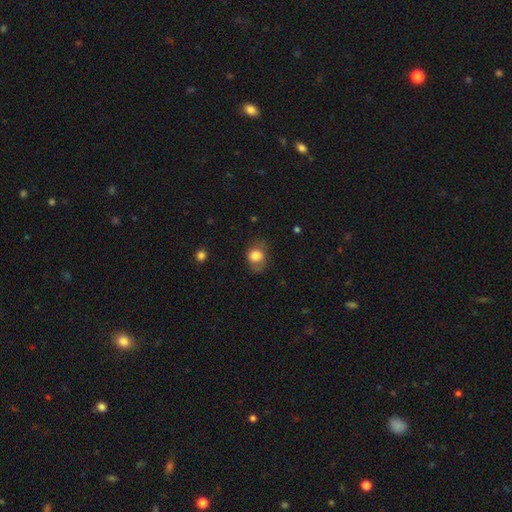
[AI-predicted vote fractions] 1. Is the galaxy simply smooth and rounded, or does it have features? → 78% smooth, 14% featured or disk, 8% star or artifact.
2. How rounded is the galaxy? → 53% round, 46% in between, 1% cigar-shaped.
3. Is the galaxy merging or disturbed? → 62% none, 24% minor disturbance, 13% major disturbance, 1% merger.